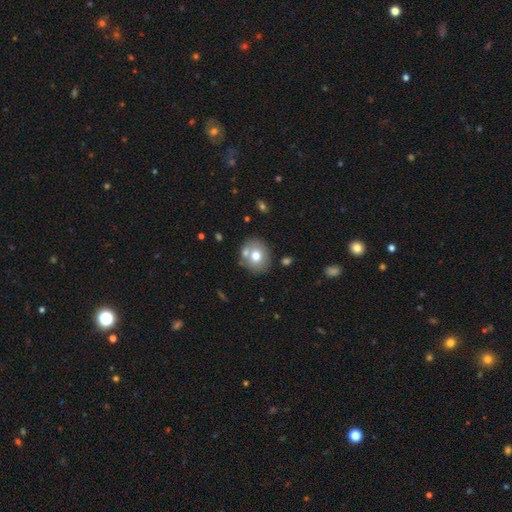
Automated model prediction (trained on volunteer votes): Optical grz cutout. It shows a smooth galaxy with no disk features (69%) that is round (69%). Merging: none (66%).